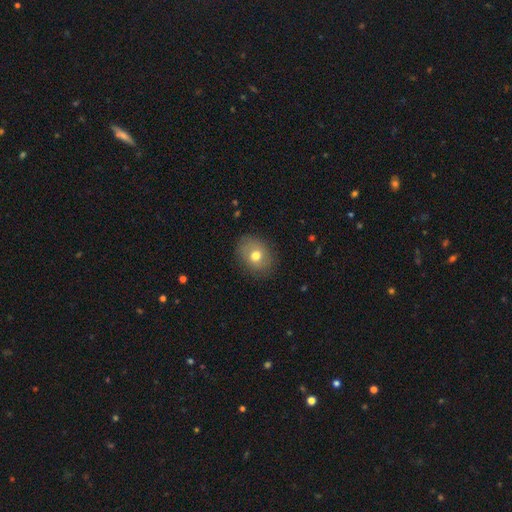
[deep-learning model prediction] Smooth or featured? Predicted: smooth (p=0.71). How rounded? Predicted: round (p=0.53). Merging? Predicted: none (p=0.83).